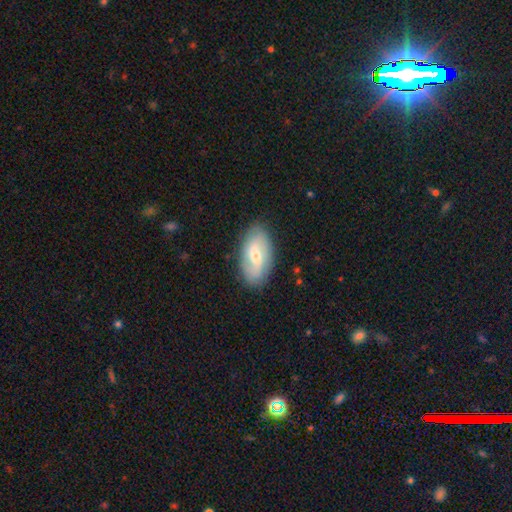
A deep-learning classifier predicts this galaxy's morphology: featured or disk 59%, smooth 35%, star or artifact 6%. Down the decision tree: edge-on disk — no (92%); bar — weak (51%); spiral arms — yes (78%); bulge size — moderate (56%); merging — none (86%).